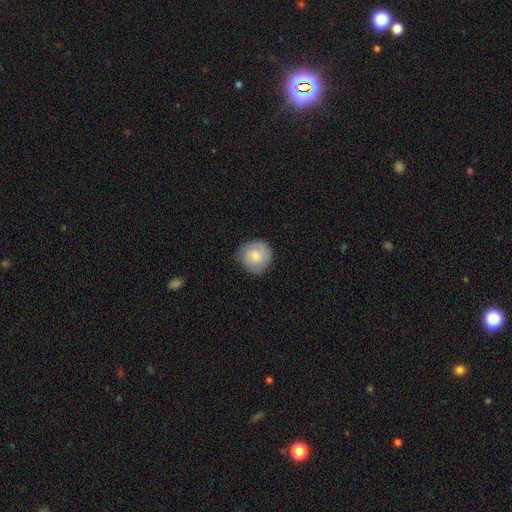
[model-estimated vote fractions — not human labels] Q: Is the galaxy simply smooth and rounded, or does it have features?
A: smooth — 57%.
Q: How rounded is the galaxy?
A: round — 89%.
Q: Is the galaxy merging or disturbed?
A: none — 79%.